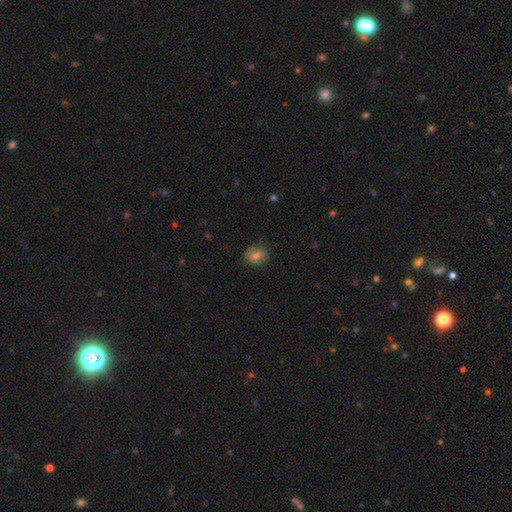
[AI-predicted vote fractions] Smooth or featured?
  - smooth: 59% *
  - featured or disk: 30%
  - star or artifact: 11%
How rounded?
  - round: 57% *
  - in between: 41%
  - cigar-shaped: 1%
Merging?
  - none: 71% *
  - minor disturbance: 21%
  - major disturbance: 7%
  - merger: 1%